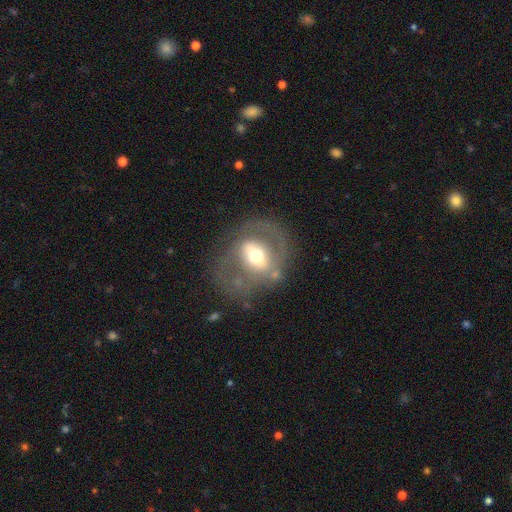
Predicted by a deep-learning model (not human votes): Morphology: type=featured or disk (62%); edge-on=no (92%); bar=strong (37%); spiral arms=no (62%); bulge=moderate (64%); merging=none (58%).